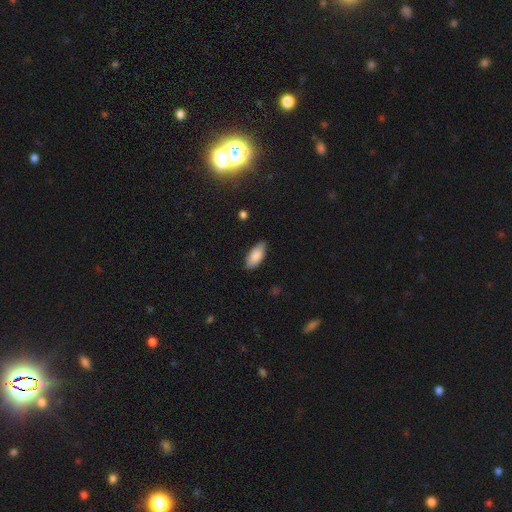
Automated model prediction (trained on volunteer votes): Morphology: type=smooth (86%); roundness=in between (88%); merging=none (82%).